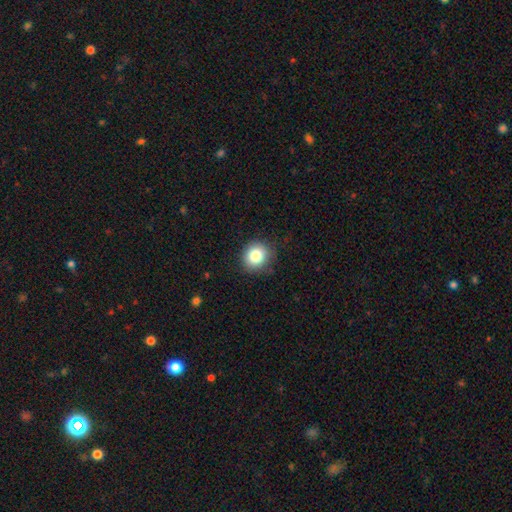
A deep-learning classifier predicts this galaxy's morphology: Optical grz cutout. It shows a smooth galaxy with no disk features (82%) that is round (83%). Merging: none (84%).